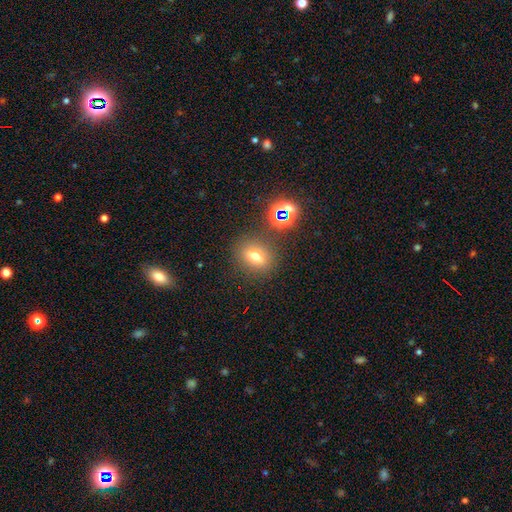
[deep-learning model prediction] smooth_or_featured: smooth (p=0.56) [alt: star or artifact p=0.22]
how_rounded: in between (p=0.50) [alt: round p=0.44]
merging: none (p=0.82) [alt: minor disturbance p=0.10]